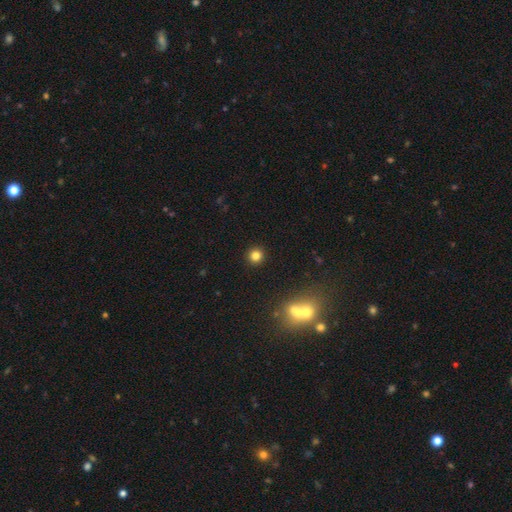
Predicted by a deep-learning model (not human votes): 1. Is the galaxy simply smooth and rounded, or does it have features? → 81% smooth, 14% star or artifact, 6% featured or disk.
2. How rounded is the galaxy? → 94% round, 5% in between, 1% cigar-shaped.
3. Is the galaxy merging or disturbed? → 92% none, 4% minor disturbance, 2% merger, 2% major disturbance.